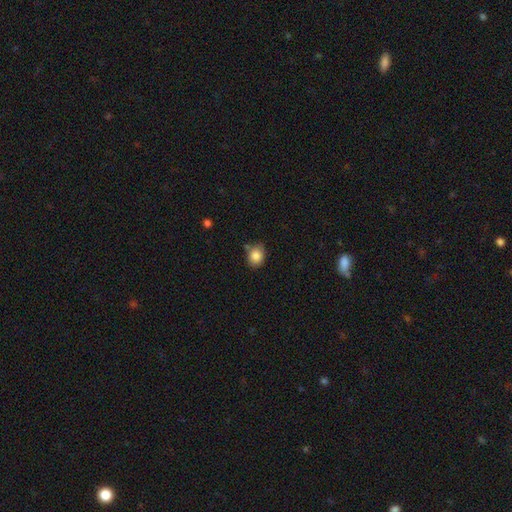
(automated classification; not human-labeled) The model was most divided on "how rounded": in between: 50%, round: 49%, cigar-shaped: 1%. More confident: smooth or featured — smooth (85%); merging — none (72%).